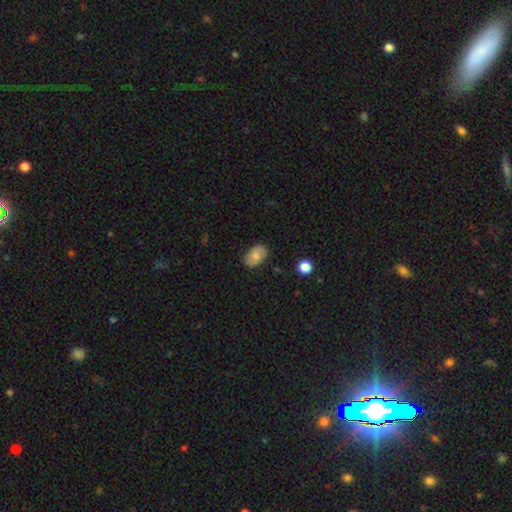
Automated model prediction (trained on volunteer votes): This appears to be a smooth galaxy with no disk features (74%) that is in between round and cigar-shaped (90%). Merging: none (80%).